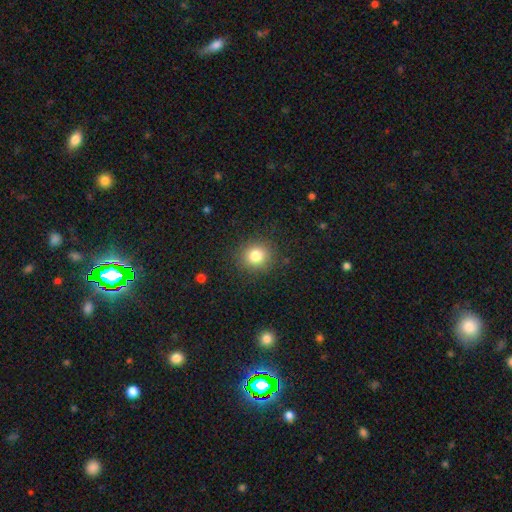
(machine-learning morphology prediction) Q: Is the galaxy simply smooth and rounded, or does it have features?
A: smooth — 81%.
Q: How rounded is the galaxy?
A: round — 86%.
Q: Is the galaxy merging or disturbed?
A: none — 89%.